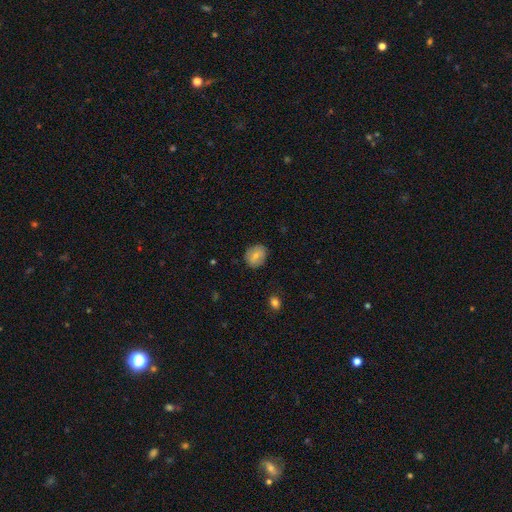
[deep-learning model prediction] This appears to be a smooth galaxy with no disk features (73%) that is round (65%). Merging: none (83%).